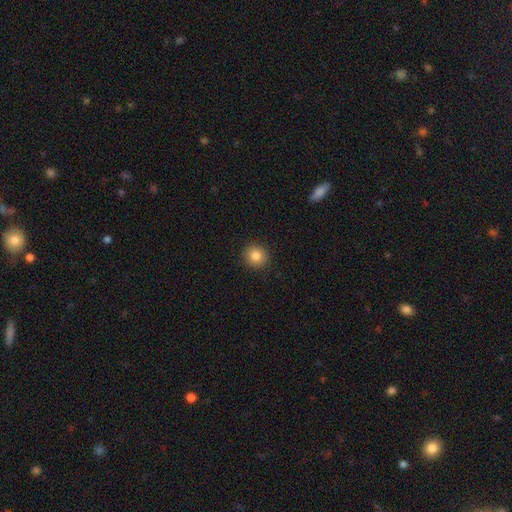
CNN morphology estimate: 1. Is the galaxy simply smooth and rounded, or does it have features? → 85% smooth, 10% star or artifact, 5% featured or disk.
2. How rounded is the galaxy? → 91% round, 8% in between, 1% cigar-shaped.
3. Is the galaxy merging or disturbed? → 92% none, 6% minor disturbance, 2% major disturbance, 1% merger.